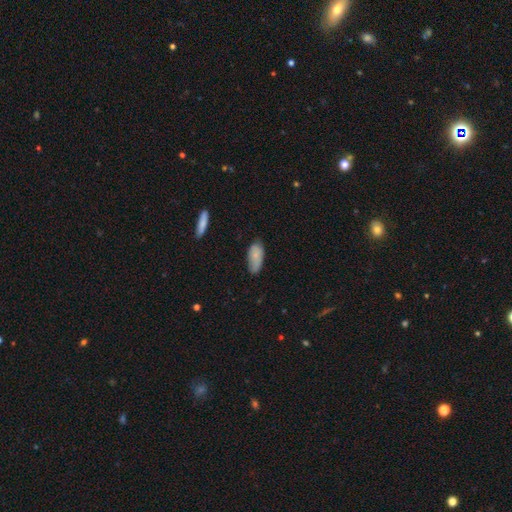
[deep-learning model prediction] smooth-or-featured: smooth: 81% | featured or disk: 12% | star or artifact: 7%
  how-rounded: in between: 90% | cigar-shaped: 8% | round: 2%
  merging: none: 63% | minor disturbance: 30% | major disturbance: 6% | merger: 2%